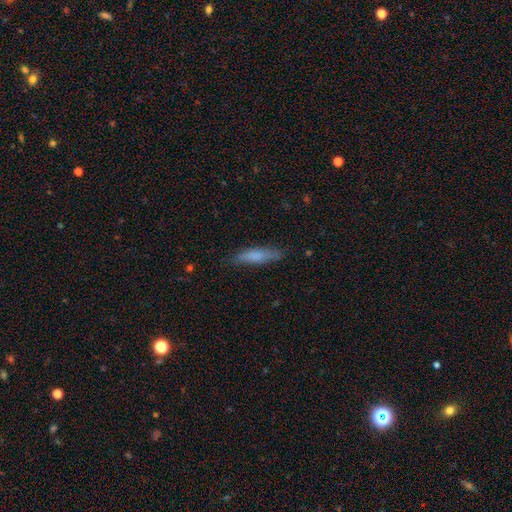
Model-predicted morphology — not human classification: Smooth or featured? smooth (74%)
How rounded? cigar-shaped (80%)
Merging? none (79%)